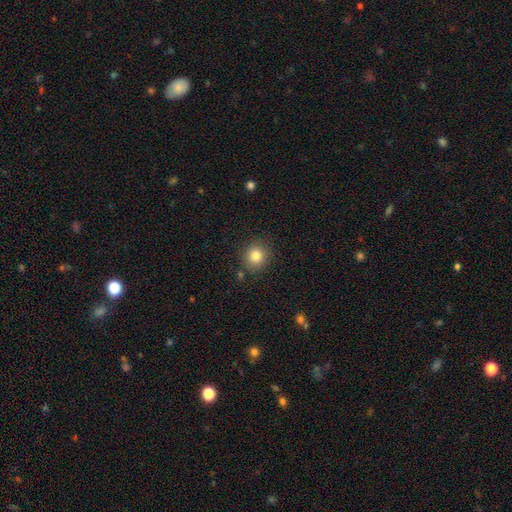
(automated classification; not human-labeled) This appears to be a smooth galaxy with no disk features (83%) that is round (86%). Merging: none (85%).